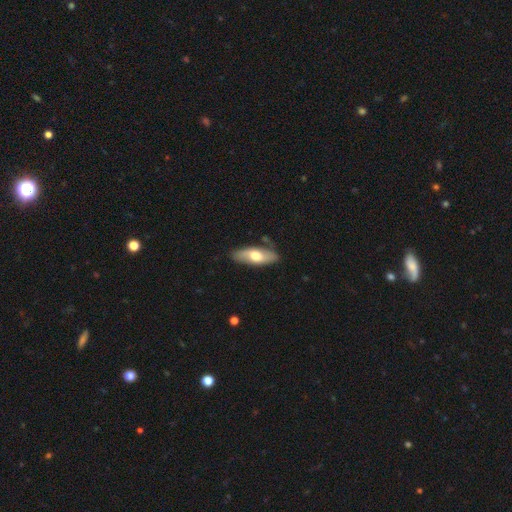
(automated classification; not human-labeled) A smooth galaxy with no disk features (57%) that is in between round and cigar-shaped (75%).

Vote fractions:
- Smooth or featured? smooth: 57% / featured or disk: 38% / star or artifact: 5%
- How rounded? in between: 75% / cigar-shaped: 23% / round: 3%
- Merging? none: 80% / minor disturbance: 15% / major disturbance: 3% / merger: 2%